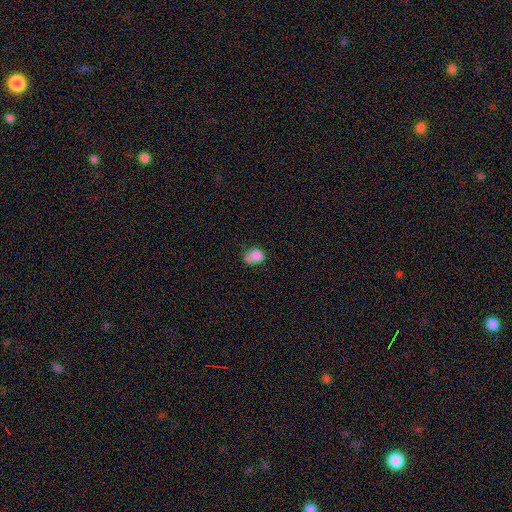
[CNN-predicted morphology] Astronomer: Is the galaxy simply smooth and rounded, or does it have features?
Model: smooth — 81%.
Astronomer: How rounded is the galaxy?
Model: in between — 55% (runner-up: round, 44%).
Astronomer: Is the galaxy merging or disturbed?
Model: none — 44% (runner-up: minor disturbance, 34%).